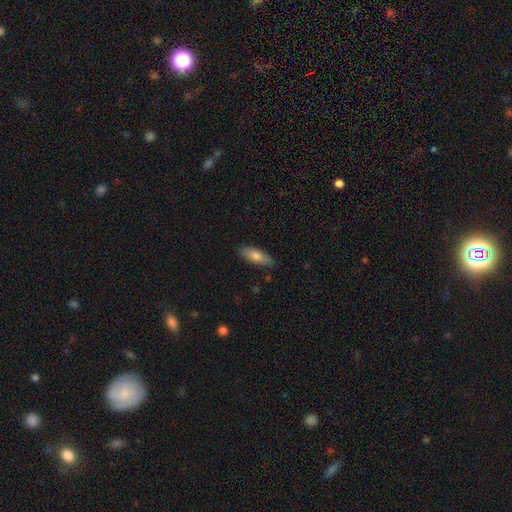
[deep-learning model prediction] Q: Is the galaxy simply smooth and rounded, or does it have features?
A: smooth — 78%.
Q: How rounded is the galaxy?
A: in between — 64%.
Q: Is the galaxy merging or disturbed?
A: none — 85%.